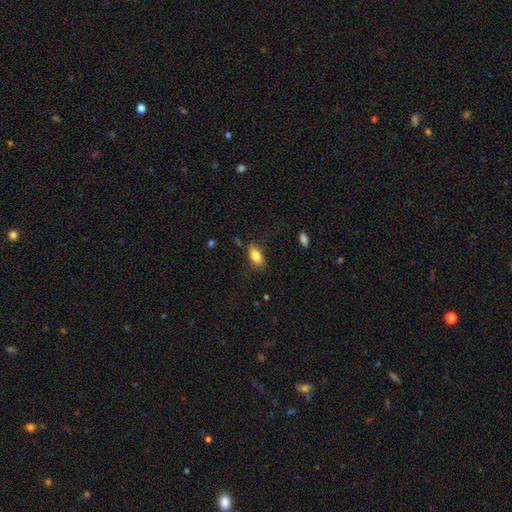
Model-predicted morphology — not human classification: This appears to be a smooth galaxy with no disk features (83%) that is in between round and cigar-shaped (88%). Merging: none (79%).